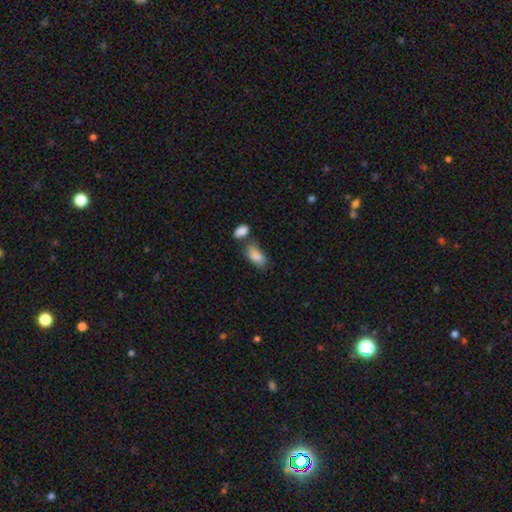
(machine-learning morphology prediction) Q: Smooth or featured?
A: smooth (86%); runner-up: featured or disk (7%)
Q: How rounded?
A: in between (92%); runner-up: cigar-shaped (4%)
Q: Merging?
A: none (50%); runner-up: merger (24%)